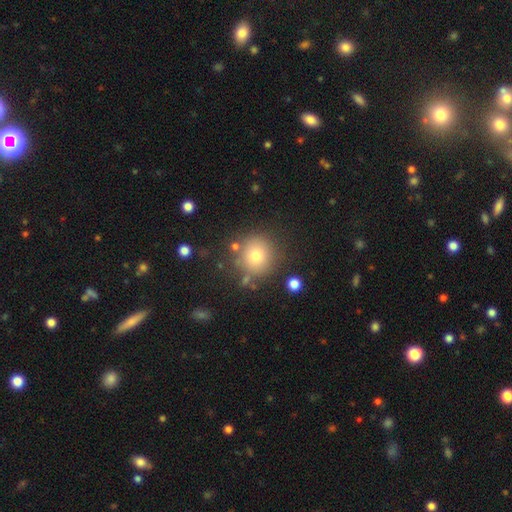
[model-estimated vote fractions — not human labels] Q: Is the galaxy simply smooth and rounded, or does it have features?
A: smooth — 76%.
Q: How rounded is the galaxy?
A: round — 92%.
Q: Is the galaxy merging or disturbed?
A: none — 79%.